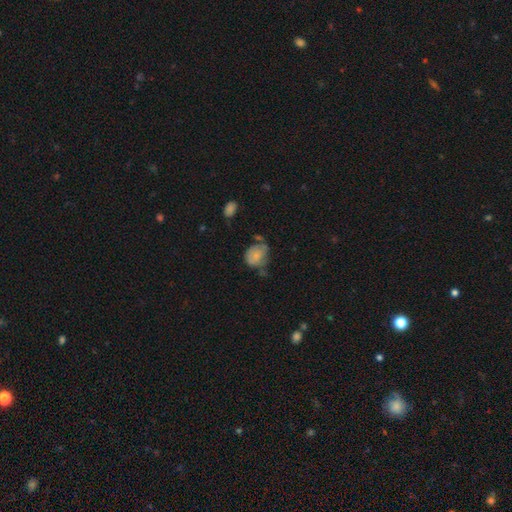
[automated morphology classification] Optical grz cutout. It shows a smooth galaxy with no disk features (69%) that is round (50%). Merging: none (35%, tied with minor disturbance).